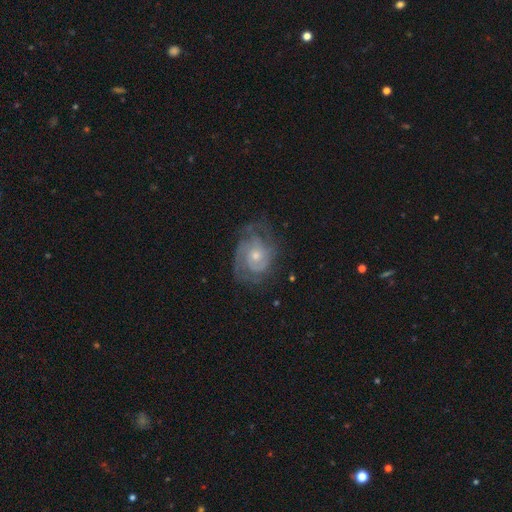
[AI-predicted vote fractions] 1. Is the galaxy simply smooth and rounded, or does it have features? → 81% featured or disk, 13% smooth, 6% star or artifact.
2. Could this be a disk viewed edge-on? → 97% no, 3% yes.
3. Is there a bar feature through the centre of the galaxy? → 76% no, 21% weak, 3% strong.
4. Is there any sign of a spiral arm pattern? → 92% yes, 8% no.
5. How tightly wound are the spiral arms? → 57% tight, 34% medium, 9% loose.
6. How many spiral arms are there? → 36% 2, 30% can't tell, 19% 3, 6% 4, 5% 1, 4% more than 4.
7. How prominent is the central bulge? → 49% small, 46% moderate, 2% large, 2% none, 1% dominant.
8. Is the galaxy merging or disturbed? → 64% none, 22% minor disturbance, 13% major disturbance, 1% merger.